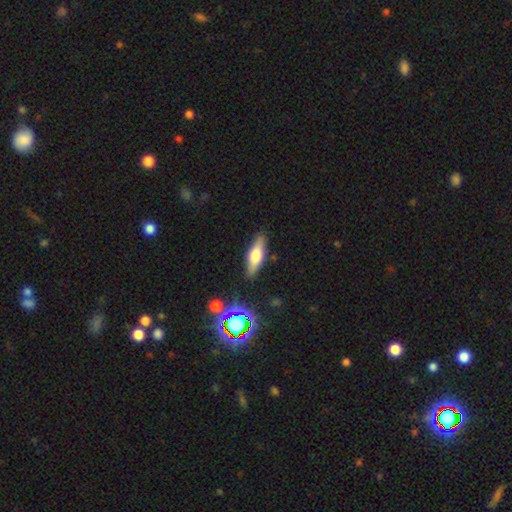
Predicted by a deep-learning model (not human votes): smooth-or-featured: smooth: 51% | featured or disk: 40% | star or artifact: 9%
  how-rounded: in between: 49% | cigar-shaped: 47% | round: 3%
  merging: none: 86% | minor disturbance: 10% | major disturbance: 2% | merger: 2%